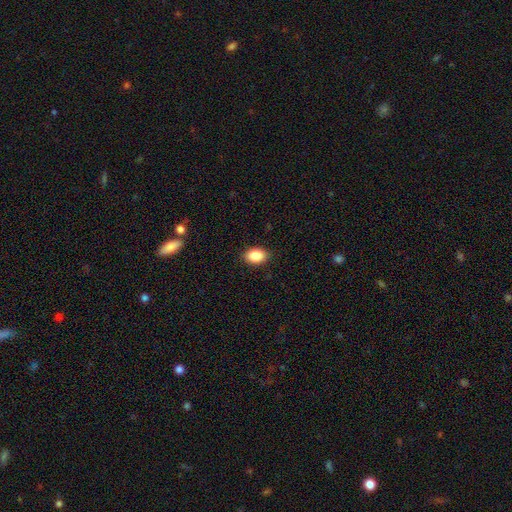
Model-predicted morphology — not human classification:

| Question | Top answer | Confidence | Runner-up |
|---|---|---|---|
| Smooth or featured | smooth | 88% | star or artifact (8%) |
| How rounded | in between | 82% | round (17%) |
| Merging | none | 89% | minor disturbance (8%) |